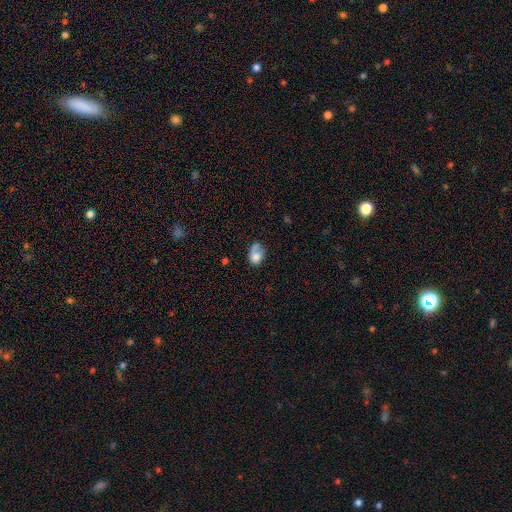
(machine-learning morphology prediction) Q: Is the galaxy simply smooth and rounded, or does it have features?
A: smooth — 69%.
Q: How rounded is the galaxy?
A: in between — 72%.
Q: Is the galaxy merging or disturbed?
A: none — 39%.